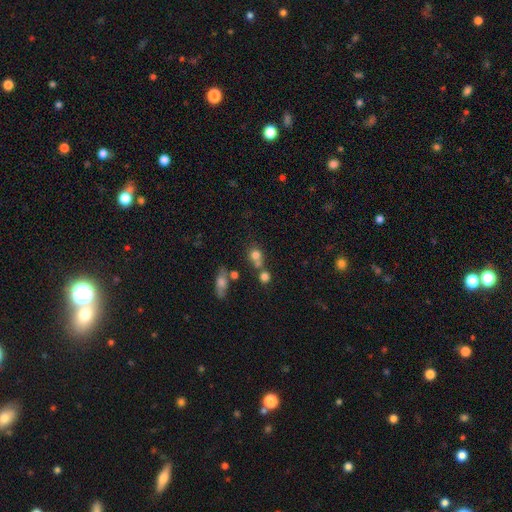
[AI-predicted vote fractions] Smooth or featured: smooth — 74% (star or artifact — 14%)
How rounded: round — 77% (in between — 21%)
Merging: none — 45% (merger — 40%)